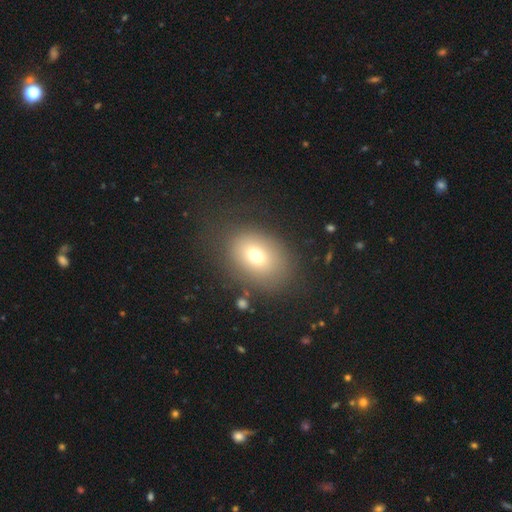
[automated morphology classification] The model was most divided on "how rounded": in between: 69%, round: 30%, cigar-shaped: 1%. More confident: merging — none (75%); smooth or featured — smooth (71%).